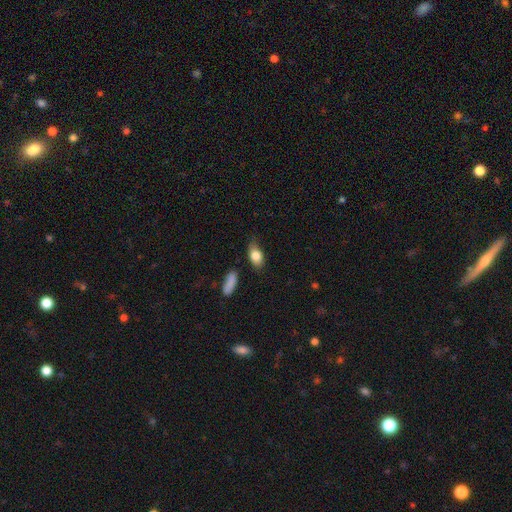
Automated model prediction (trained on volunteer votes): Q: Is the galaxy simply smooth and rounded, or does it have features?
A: smooth — 82%.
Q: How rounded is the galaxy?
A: in between — 85%.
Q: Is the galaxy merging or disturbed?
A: none — 63%.